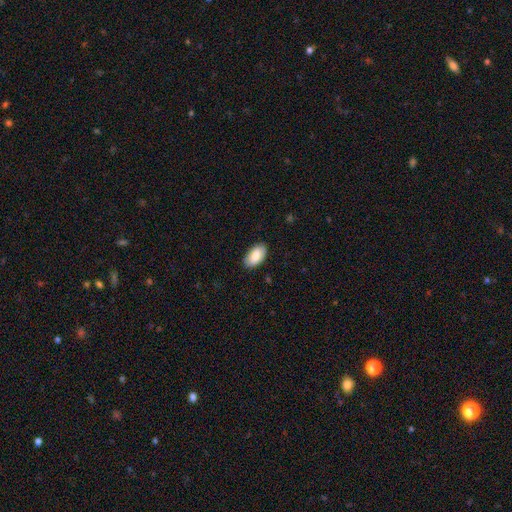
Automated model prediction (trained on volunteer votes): Smooth or featured: smooth — 82% (featured or disk — 12%)
How rounded: in between — 96% (round — 3%)
Merging: none — 86% (minor disturbance — 11%)